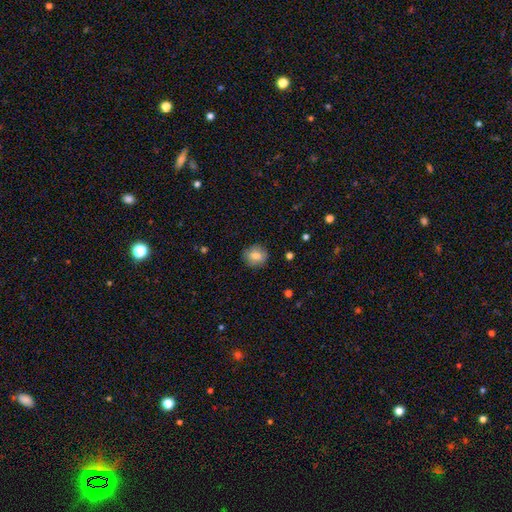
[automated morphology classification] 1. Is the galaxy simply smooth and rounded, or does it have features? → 80% smooth, 11% featured or disk, 9% star or artifact.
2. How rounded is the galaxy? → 88% round, 11% in between, 1% cigar-shaped.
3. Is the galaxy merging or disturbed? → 88% none, 9% minor disturbance, 2% major disturbance, 1% merger.